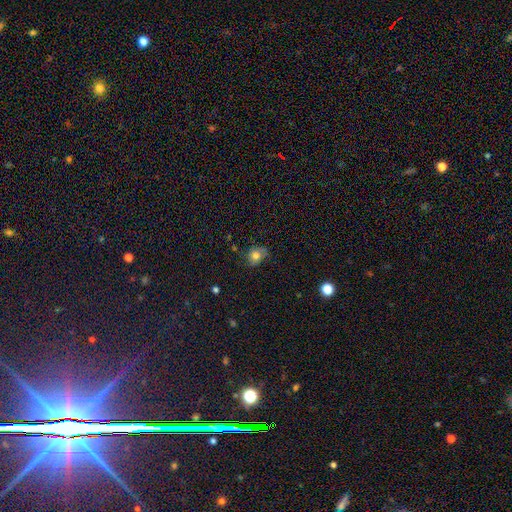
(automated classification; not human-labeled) Q: Smooth or featured?
A: smooth (75%); runner-up: featured or disk (13%)
Q: How rounded?
A: round (57%); runner-up: in between (42%)
Q: Merging?
A: none (56%); runner-up: minor disturbance (31%)